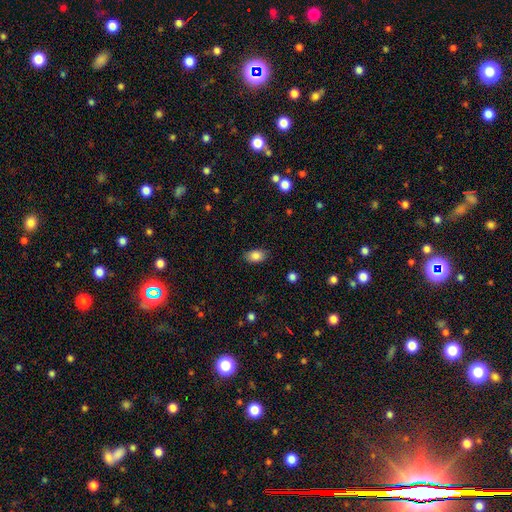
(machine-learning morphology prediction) A smooth galaxy with no disk features (86%) that is in between round and cigar-shaped (88%). Merging: none (83%).